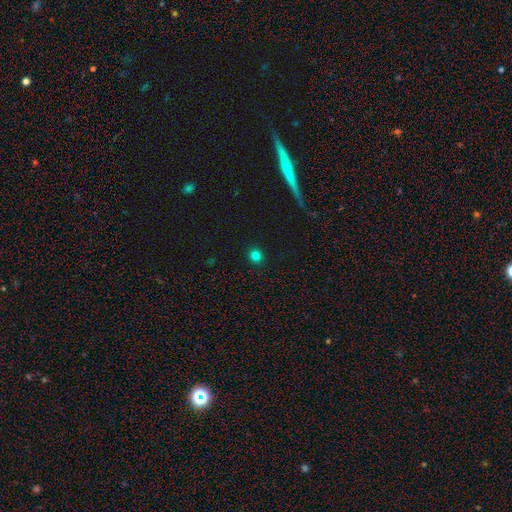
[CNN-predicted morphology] This appears to be a smooth galaxy with no disk features (82%) that is round (87%). Merging: none (92%).